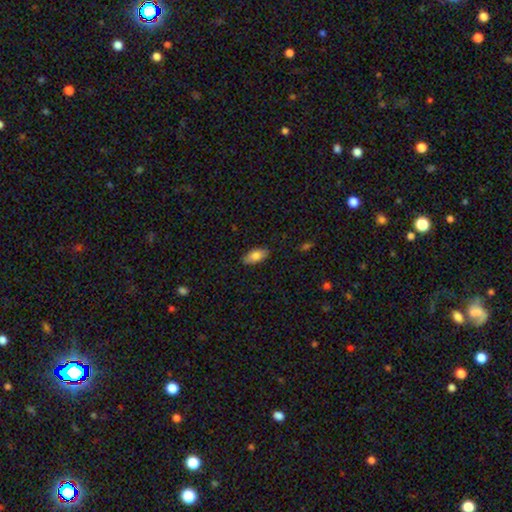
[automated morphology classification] The model was most divided on "smooth or featured": smooth: 78%, featured or disk: 15%, star or artifact: 7%. More confident: how rounded — in between (88%); merging — none (85%).